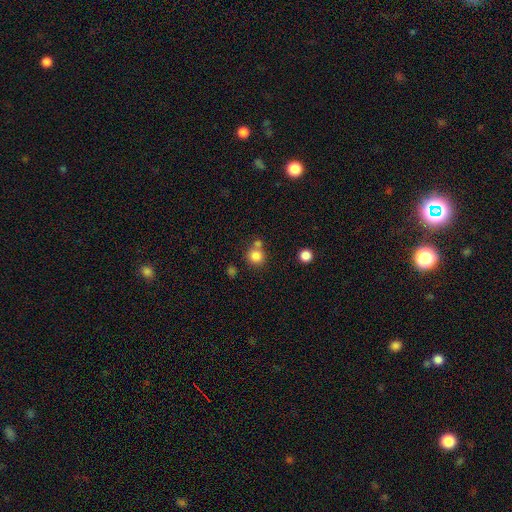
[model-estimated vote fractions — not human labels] A smooth galaxy with no disk features (82%) that is round (89%). Merging: none (61%).